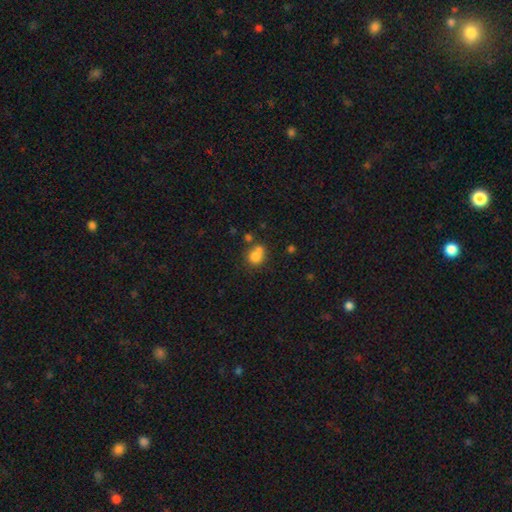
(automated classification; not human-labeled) Smooth or featured? Predicted: smooth (p=0.76). How rounded? Predicted: round (p=0.67). Merging? Predicted: merger (p=0.43).